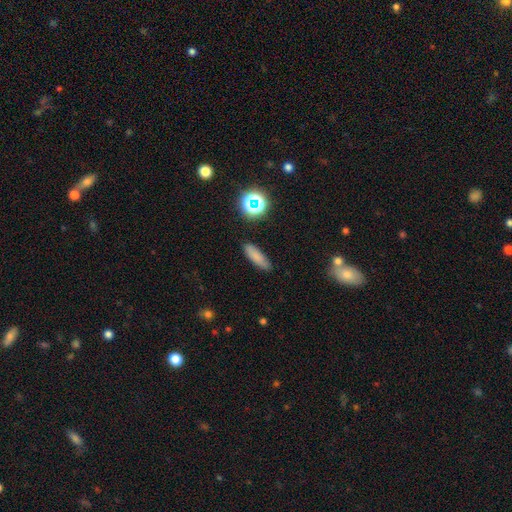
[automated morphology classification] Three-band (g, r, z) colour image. It shows a smooth galaxy with no disk features (79%) that is cigar-shaped (54%). Merging: none (85%).